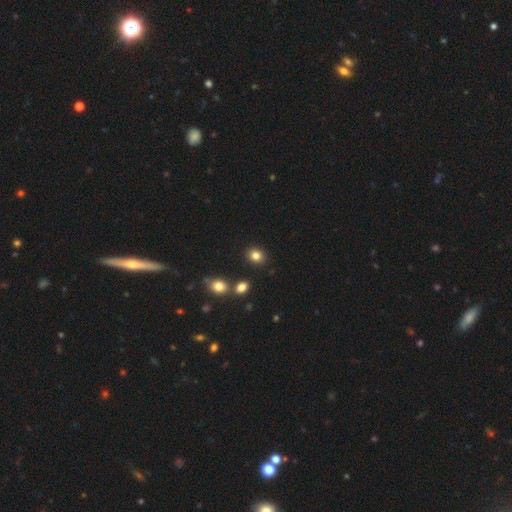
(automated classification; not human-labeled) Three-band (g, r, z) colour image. It shows a smooth galaxy with no disk features (83%) that is round (67%). Merging: none (86%).